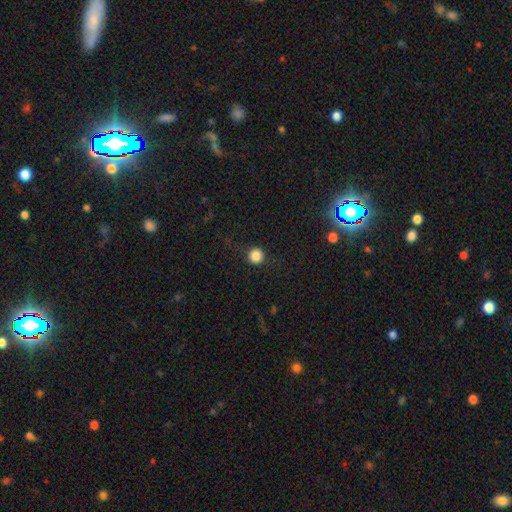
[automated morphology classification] A smooth galaxy with no disk features (86%) that is round (95%). Merging: none (90%).